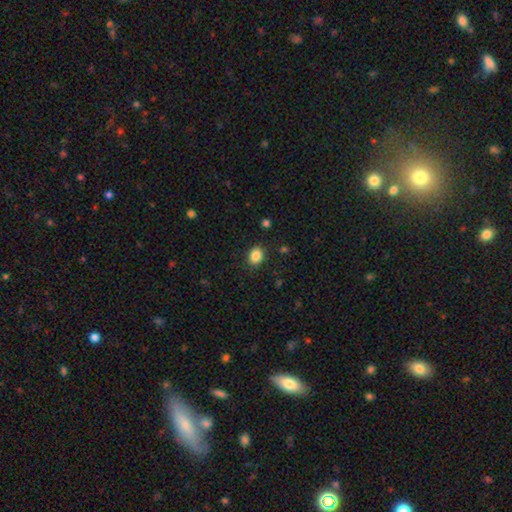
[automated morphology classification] This appears to be a smooth galaxy with no disk features (86%) that is in between round and cigar-shaped (50%). Merging: none (86%).